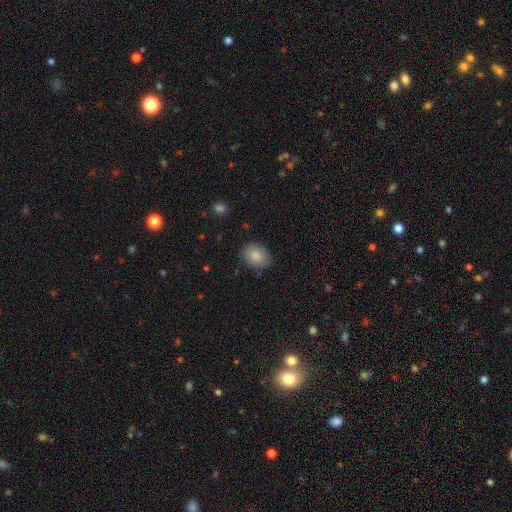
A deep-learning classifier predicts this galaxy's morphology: Overall: smooth (85%). How rounded: in between (63%; round 36%). Merging: none (83%).